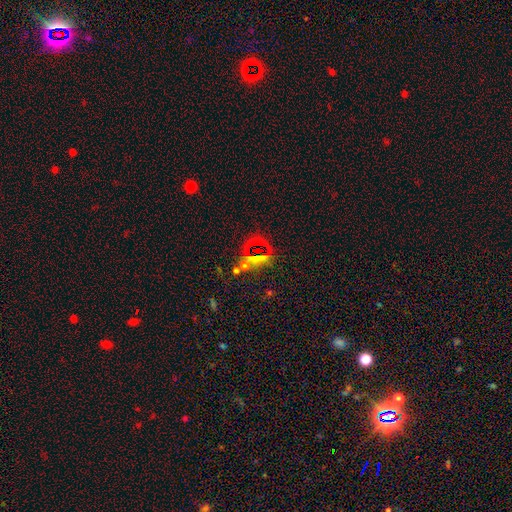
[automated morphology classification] Smooth or featured? star or artifact (64%)